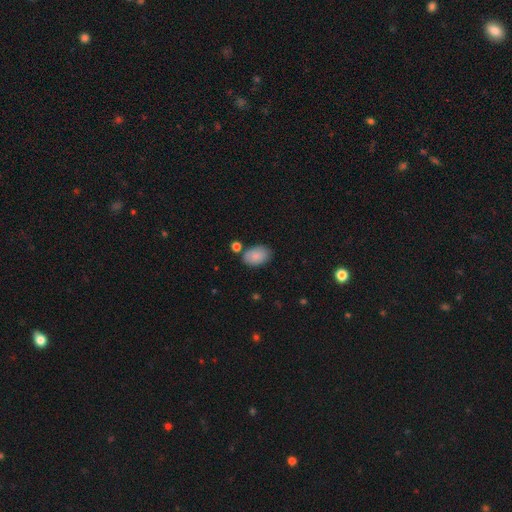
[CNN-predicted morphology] This is clearly a smooth galaxy (86%). How rounded: clearly in between (90%). Merging: likely none (76%).